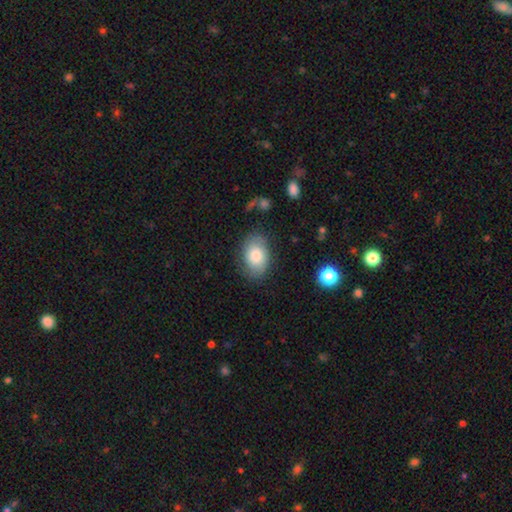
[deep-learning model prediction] A smooth galaxy with no disk features (78%) that is in between round and cigar-shaped (82%).

Vote fractions:
- Smooth or featured? smooth: 78% / featured or disk: 14% / star or artifact: 7%
- How rounded? in between: 82% / round: 17% / cigar-shaped: 1%
- Merging? none: 77% / minor disturbance: 16% / major disturbance: 5% / merger: 2%